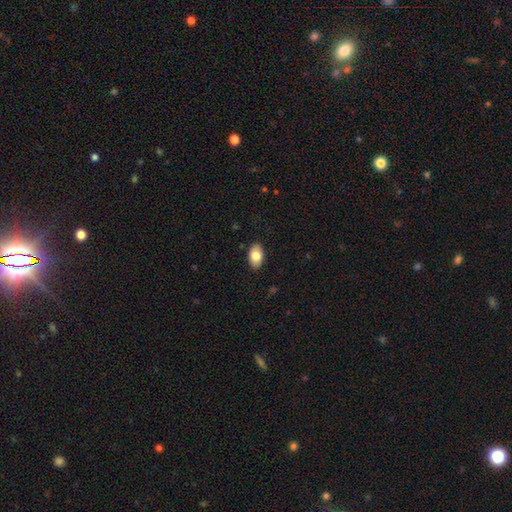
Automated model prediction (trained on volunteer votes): Q: Smooth or featured?
A: smooth (82%); runner-up: featured or disk (11%)
Q: How rounded?
A: in between (93%); runner-up: round (6%)
Q: Merging?
A: none (89%); runner-up: minor disturbance (9%)